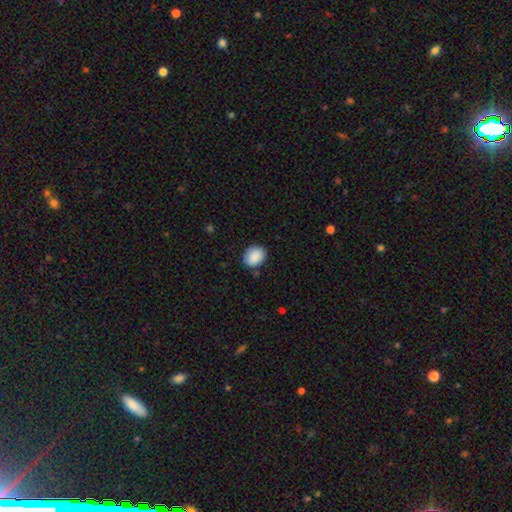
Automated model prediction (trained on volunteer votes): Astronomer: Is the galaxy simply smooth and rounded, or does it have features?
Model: smooth — 89%.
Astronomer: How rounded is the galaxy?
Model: in between — 56% (runner-up: round, 43%).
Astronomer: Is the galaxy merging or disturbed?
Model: none — 82%.